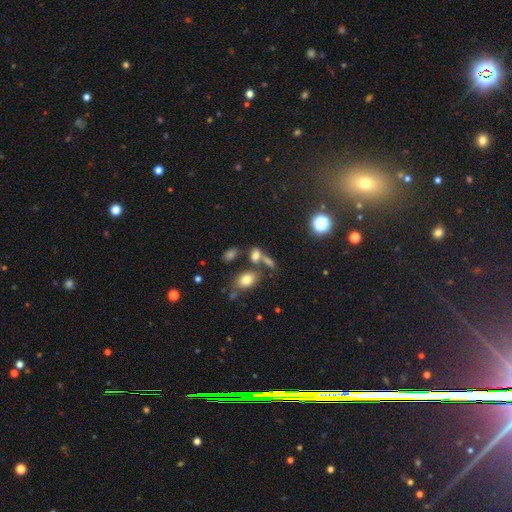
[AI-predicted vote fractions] smooth_or_featured: smooth (p=0.70) [alt: star or artifact p=0.16]
how_rounded: in between (p=0.73) [alt: round p=0.17]
merging: none (p=0.50) [alt: merger p=0.30]